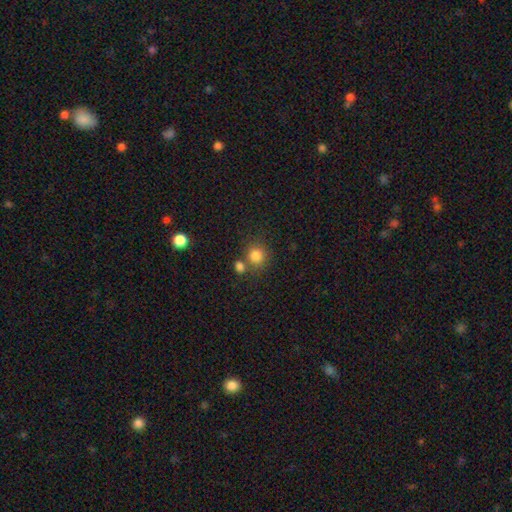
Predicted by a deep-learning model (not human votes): Morphology: type=smooth (82%); roundness=round (87%); merging=none (66%).